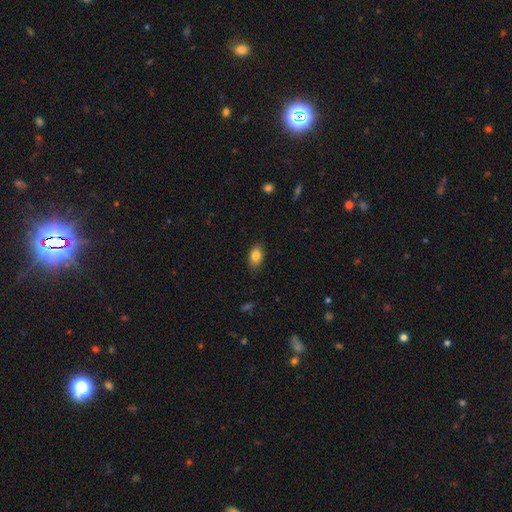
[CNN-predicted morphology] Smooth or featured?
  - smooth: 83% *
  - featured or disk: 8%
  - star or artifact: 8%
How rounded?
  - in between: 87% *
  - round: 12%
  - cigar-shaped: 2%
Merging?
  - none: 85% *
  - minor disturbance: 12%
  - major disturbance: 2%
  - merger: 1%